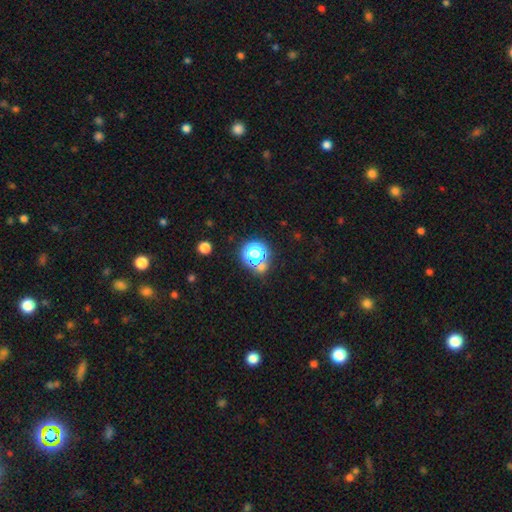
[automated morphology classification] smooth_or_featured: smooth (p=0.50) [alt: star or artifact p=0.40]
how_rounded: round (p=0.86) [alt: in between p=0.12]
merging: none (p=0.65) [alt: merger p=0.16]